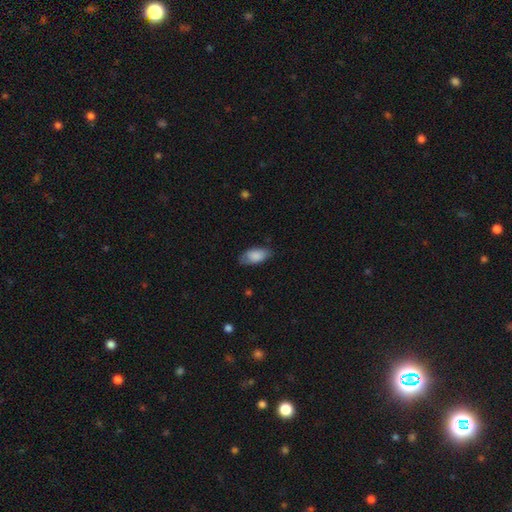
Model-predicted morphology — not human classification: smooth-or-featured: smooth: 86% | featured or disk: 8% | star or artifact: 6%
  how-rounded: in between: 92% | cigar-shaped: 5% | round: 3%
  merging: none: 74% | minor disturbance: 21% | major disturbance: 4% | merger: 1%